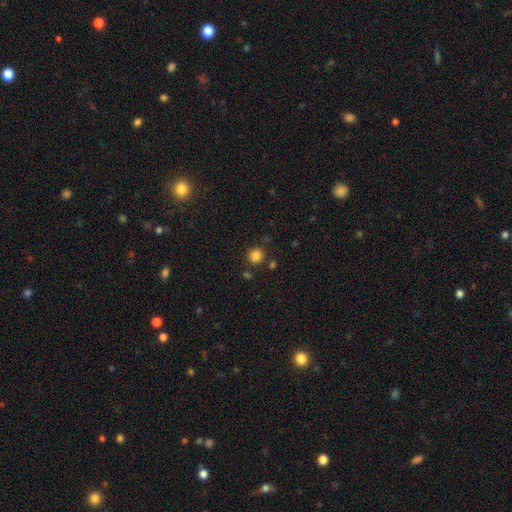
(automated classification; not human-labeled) Smooth or featured: smooth — 84% (star or artifact — 13%)
How rounded: round — 92% (in between — 7%)
Merging: none — 87% (minor disturbance — 7%)